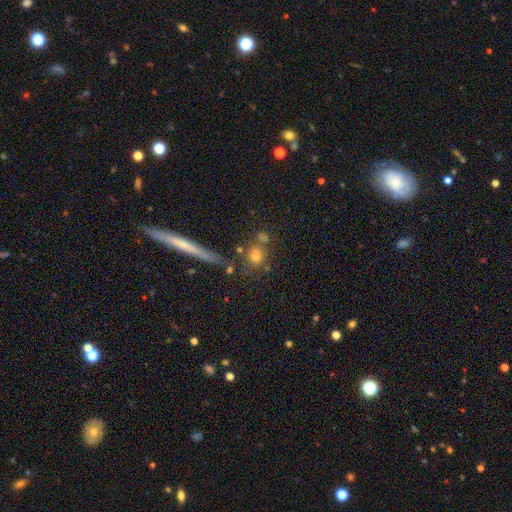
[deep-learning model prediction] Smooth or featured?
  - smooth: 69% *
  - featured or disk: 17%
  - star or artifact: 14%
How rounded?
  - round: 78% *
  - in between: 14%
  - cigar-shaped: 8%
Merging?
  - none: 69% *
  - merger: 15%
  - minor disturbance: 11%
  - major disturbance: 5%